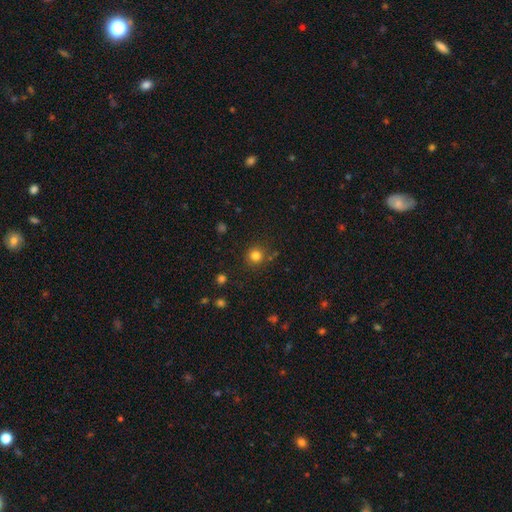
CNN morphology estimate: Smooth or featured: smooth — 80% (star or artifact — 14%)
How rounded: round — 92% (in between — 7%)
Merging: none — 84% (minor disturbance — 9%)